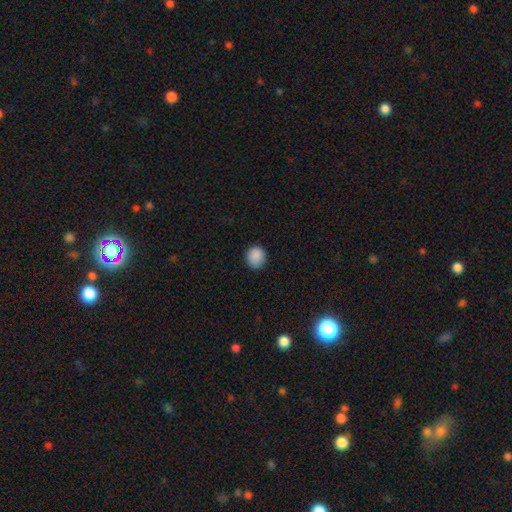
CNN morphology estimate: The model was most divided on "how rounded": round: 86%, in between: 13%, cigar-shaped: 1%. More confident: smooth or featured — smooth (88%); merging — none (86%).